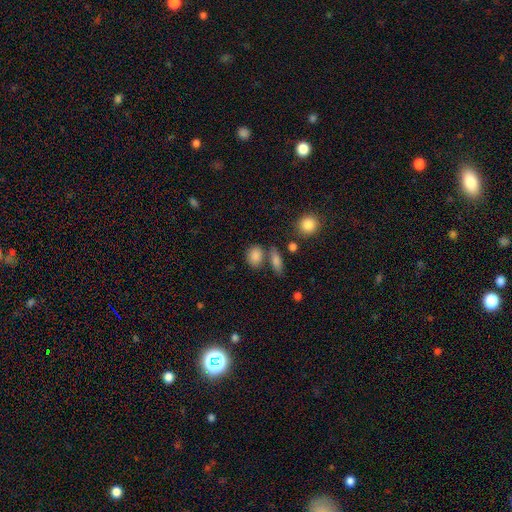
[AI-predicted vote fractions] Smooth or featured? Predicted: smooth (p=0.85). How rounded? Predicted: in between (p=0.65). Merging? Predicted: none (p=0.62).